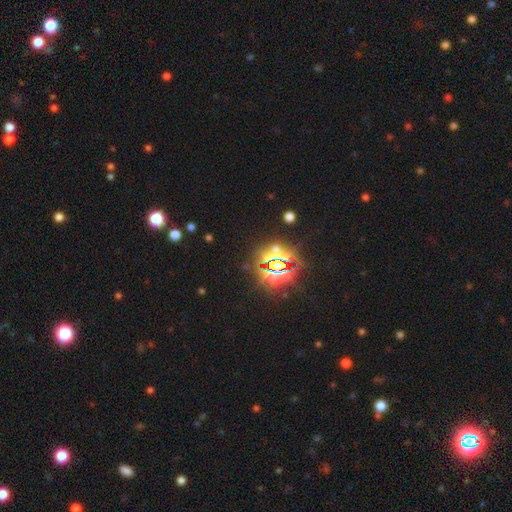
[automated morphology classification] This appears to be a star or artifact, not a galaxy (85%).